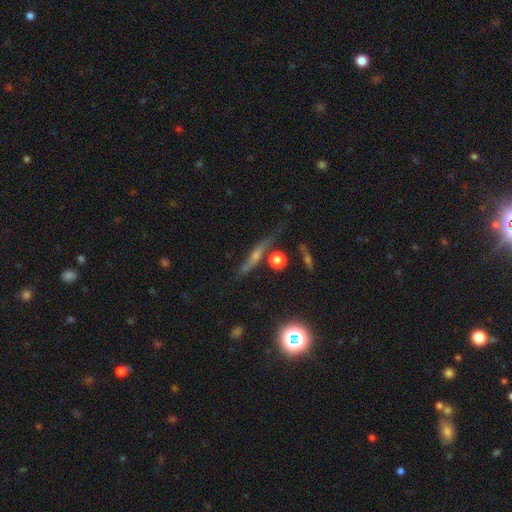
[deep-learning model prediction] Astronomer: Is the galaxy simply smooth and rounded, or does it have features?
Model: featured or disk — 55%.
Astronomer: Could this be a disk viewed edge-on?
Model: yes — 84%.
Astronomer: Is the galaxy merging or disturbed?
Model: none — 71%.